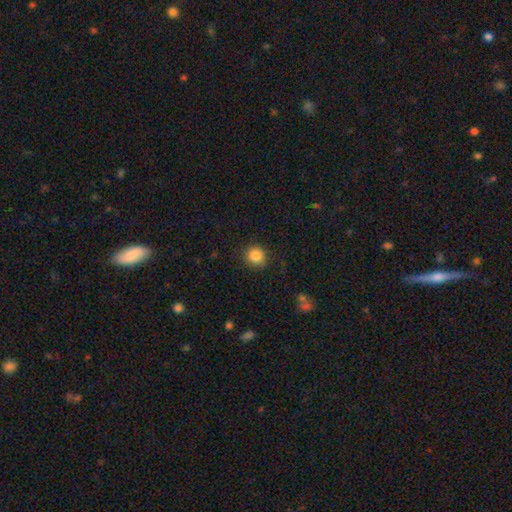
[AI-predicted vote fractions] Smooth or featured?
  - smooth: 85% *
  - star or artifact: 10%
  - featured or disk: 5%
How rounded?
  - round: 91% *
  - in between: 8%
  - cigar-shaped: 1%
Merging?
  - none: 88% *
  - minor disturbance: 8%
  - major disturbance: 3%
  - merger: 1%